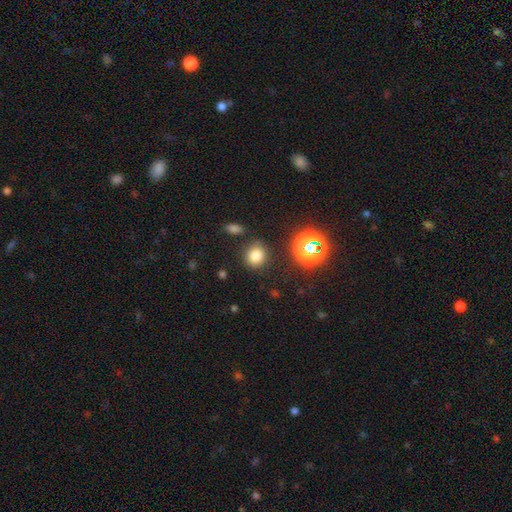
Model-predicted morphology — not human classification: A smooth galaxy with no disk features (79%) that is round (77%).

Vote fractions:
- Smooth or featured? smooth: 79% / star or artifact: 16% / featured or disk: 5%
- How rounded? round: 77% / in between: 21% / cigar-shaped: 1%
- Merging? none: 81% / minor disturbance: 11% / merger: 4% / major disturbance: 4%